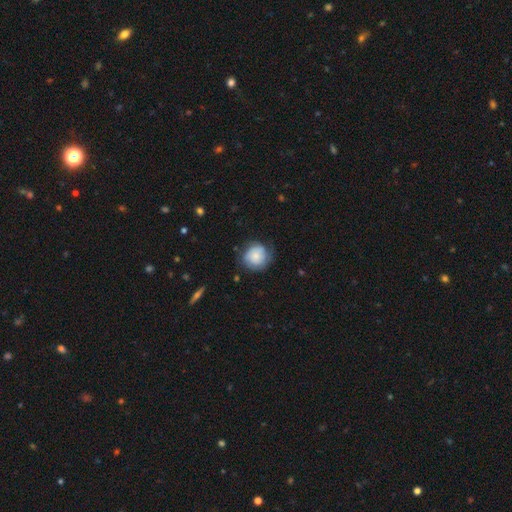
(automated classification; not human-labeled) Q: Smooth or featured?
A: smooth (62%); runner-up: featured or disk (30%)
Q: How rounded?
A: round (86%); runner-up: in between (13%)
Q: Merging?
A: none (64%); runner-up: minor disturbance (25%)